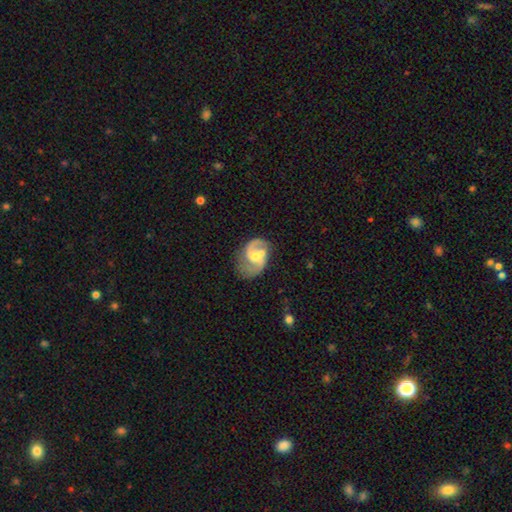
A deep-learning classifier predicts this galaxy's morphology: type=featured or disk (85%); edge-on=no (98%); bar=weak (48%); spiral arms=yes (96%); winding=medium (54%); arm count=2 (88%); bulge=moderate (50%); merging=none (63%).